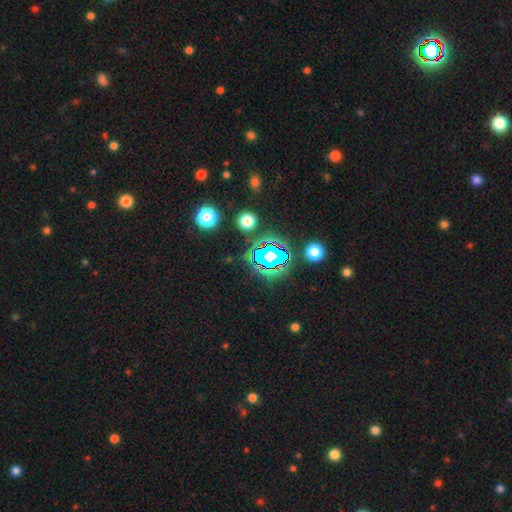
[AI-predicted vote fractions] A star or artifact, not a galaxy (80%).

Vote fractions:
- Smooth or featured? star or artifact: 80% / smooth: 12% / featured or disk: 8%